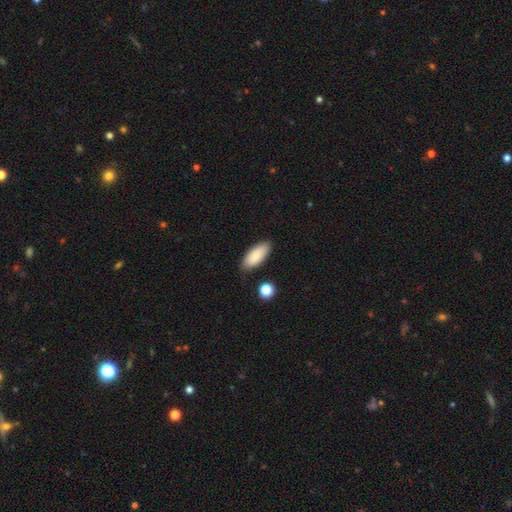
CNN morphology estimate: Q: Smooth or featured?
A: smooth (87%); runner-up: featured or disk (7%)
Q: How rounded?
A: in between (83%); runner-up: cigar-shaped (16%)
Q: Merging?
A: none (79%); runner-up: minor disturbance (15%)